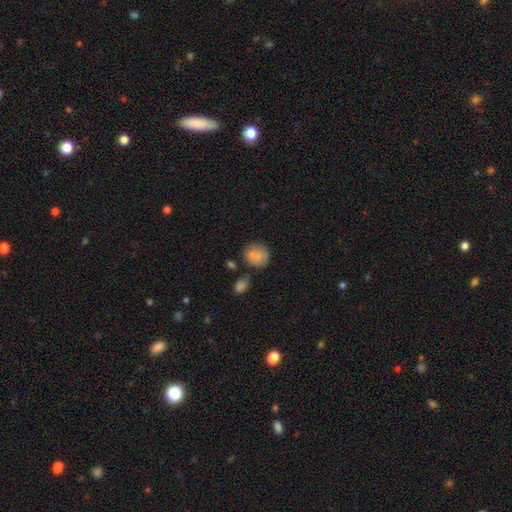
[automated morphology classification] This is clearly a smooth galaxy (83%). How rounded: clearly round (81%). Merging: likely none (63%).